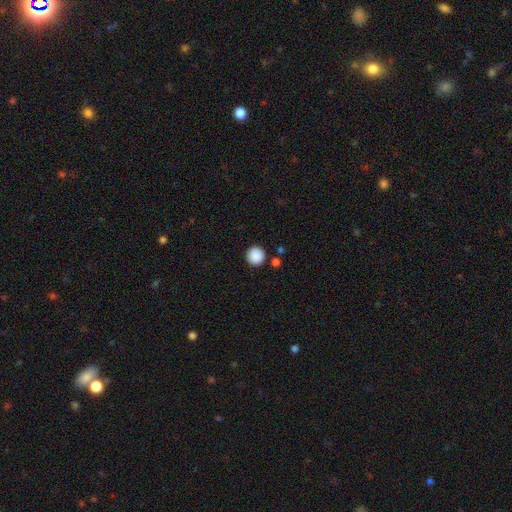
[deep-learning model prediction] A smooth galaxy with no disk features (89%) that is round (94%). Merging: none (88%).